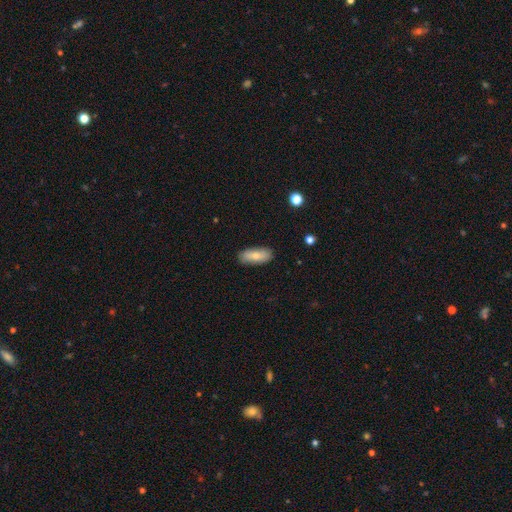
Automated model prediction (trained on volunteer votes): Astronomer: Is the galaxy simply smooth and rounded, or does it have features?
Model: smooth — 75%.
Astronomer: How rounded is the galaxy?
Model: in between — 76%.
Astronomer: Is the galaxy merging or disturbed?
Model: none — 85%.